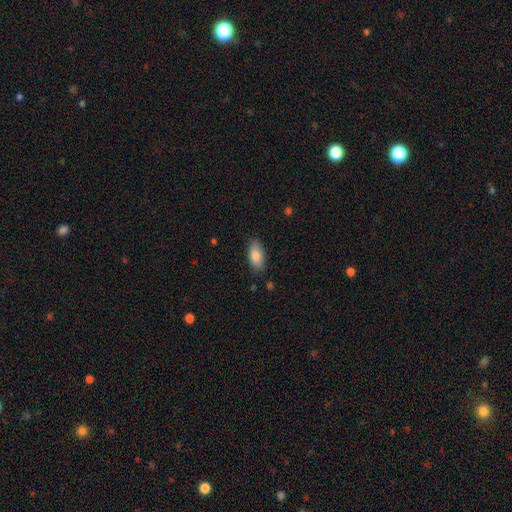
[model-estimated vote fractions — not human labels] smooth-or-featured: smooth: 85% | featured or disk: 8% | star or artifact: 6%
  how-rounded: in between: 88% | cigar-shaped: 10% | round: 2%
  merging: none: 84% | minor disturbance: 12% | major disturbance: 2% | merger: 1%